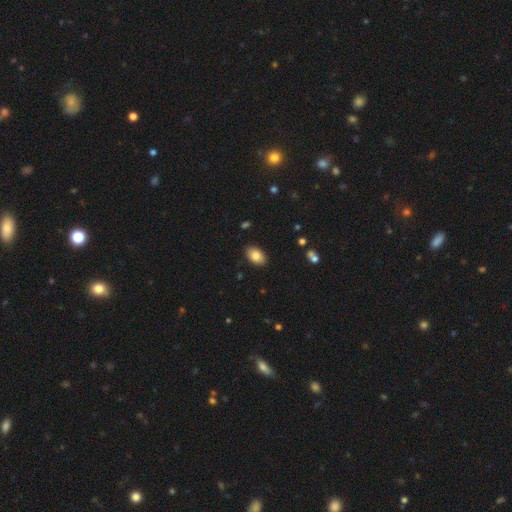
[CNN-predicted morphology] The model was most divided on "smooth or featured": smooth: 84%, star or artifact: 8%, featured or disk: 8%. More confident: how rounded — in between (90%); merging — none (88%).